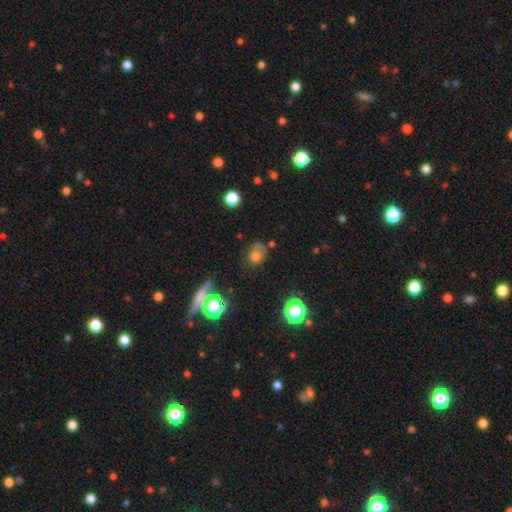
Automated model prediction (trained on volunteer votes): smooth 65%, star or artifact 19%, featured or disk 16%. Down the decision tree: how rounded — round (52%); merging — none (49%).